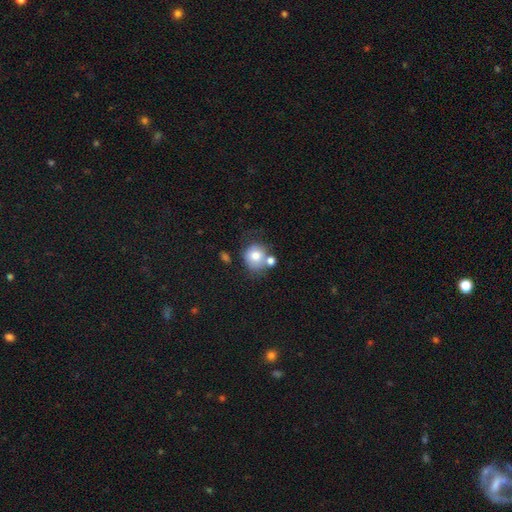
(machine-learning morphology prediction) Q: Smooth or featured?
A: smooth (77%); runner-up: featured or disk (14%)
Q: How rounded?
A: round (83%); runner-up: in between (16%)
Q: Merging?
A: none (50%); runner-up: merger (26%)